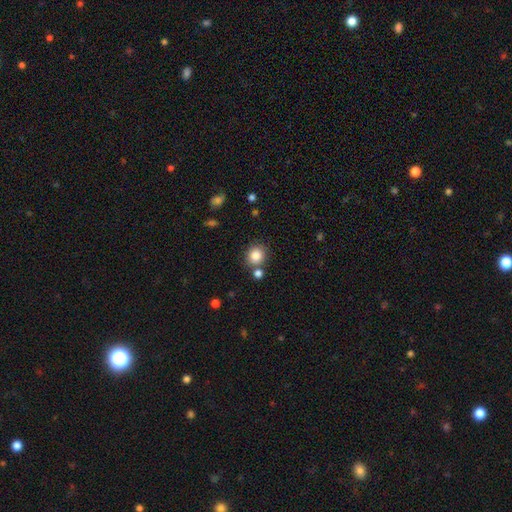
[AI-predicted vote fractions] smooth_or_featured: smooth (p=0.85) [alt: star or artifact p=0.10]
how_rounded: round (p=0.84) [alt: in between p=0.15]
merging: none (p=0.74) [alt: merger p=0.13]